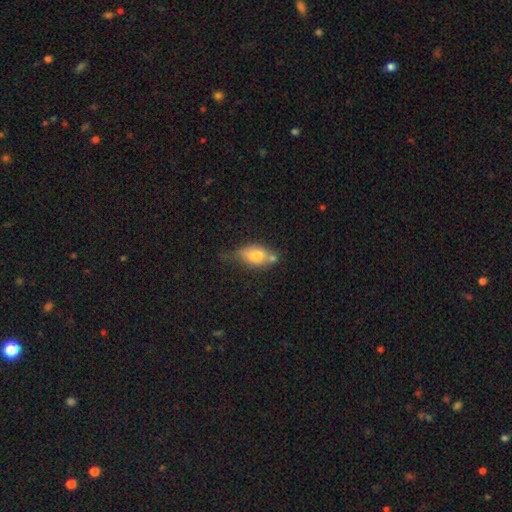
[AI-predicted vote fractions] This is likely a smooth galaxy (64%). How rounded: clearly in between (81%). Merging: marginally none (43%).